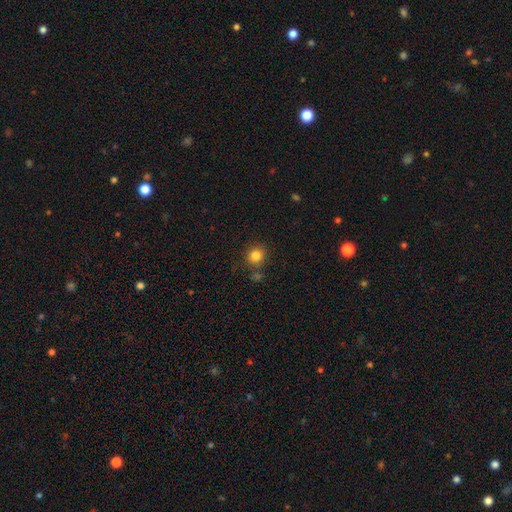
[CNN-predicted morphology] A smooth galaxy with no disk features (83%) that is round (91%).

Vote fractions:
- Smooth or featured? smooth: 83% / star or artifact: 12% / featured or disk: 6%
- How rounded? round: 91% / in between: 8% / cigar-shaped: 1%
- Merging? none: 80% / minor disturbance: 10% / merger: 7% / major disturbance: 3%